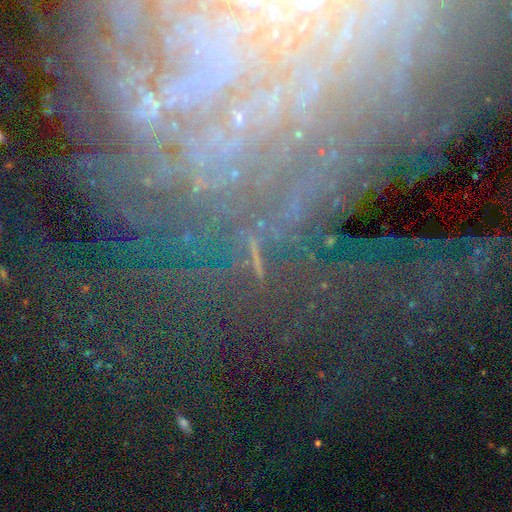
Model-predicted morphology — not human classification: Smooth or featured: star or artifact — 68% (featured or disk — 20%)